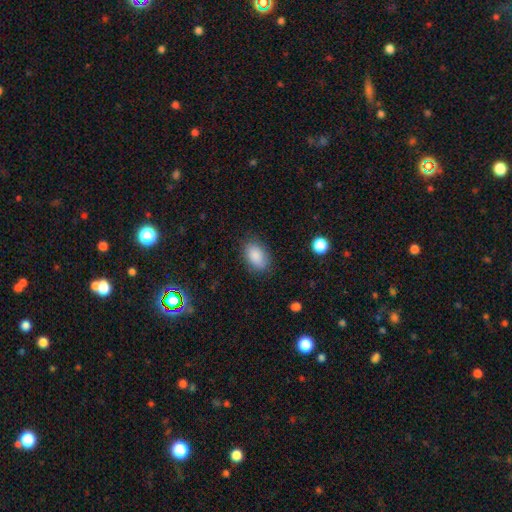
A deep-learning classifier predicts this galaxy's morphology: smooth_or_featured: smooth (p=0.87) [alt: star or artifact p=0.07]
how_rounded: in between (p=0.90) [alt: round p=0.09]
merging: none (p=0.81) [alt: minor disturbance p=0.14]